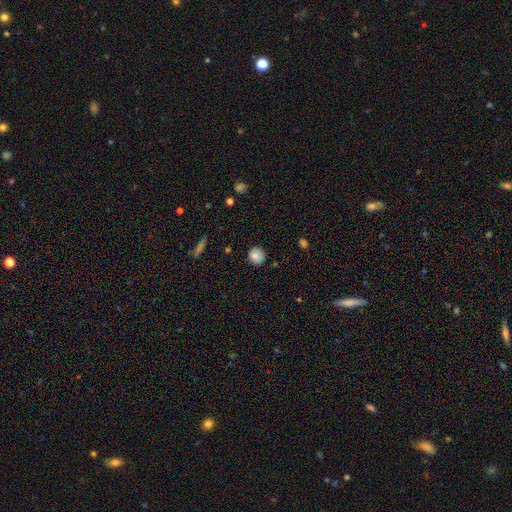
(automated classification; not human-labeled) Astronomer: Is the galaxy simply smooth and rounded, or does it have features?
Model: smooth — 83%.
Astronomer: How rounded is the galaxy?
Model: round — 85%.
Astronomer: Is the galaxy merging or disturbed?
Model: none — 86%.